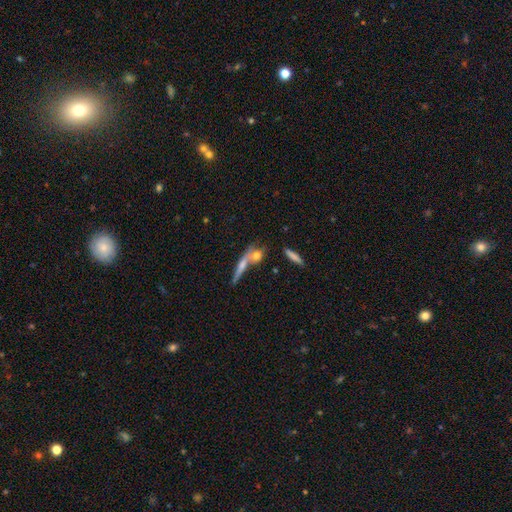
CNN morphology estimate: Q: Smooth or featured?
A: smooth (52%); runner-up: featured or disk (37%)
Q: How rounded?
A: cigar-shaped (50%); runner-up: in between (28%)
Q: Merging?
A: none (46%); runner-up: merger (36%)